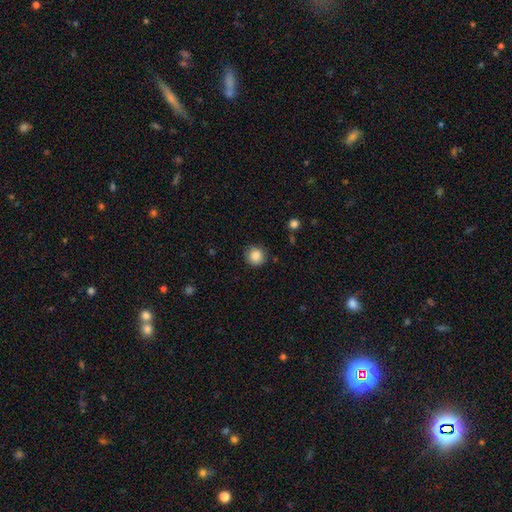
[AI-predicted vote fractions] Morphology: type=smooth (87%); roundness=round (92%); merging=none (87%).